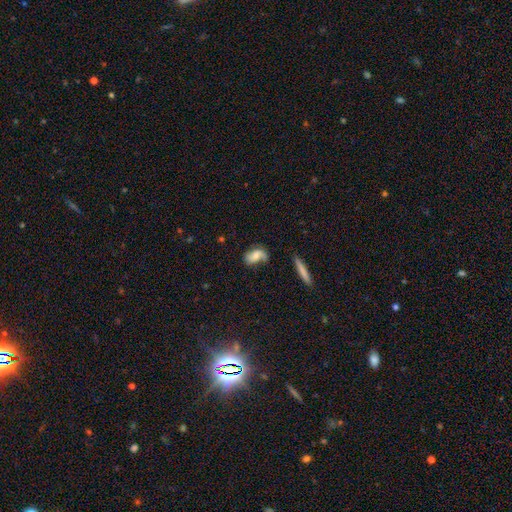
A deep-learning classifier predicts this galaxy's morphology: Q: Smooth or featured?
A: smooth (50%); runner-up: featured or disk (42%)
Q: Merging?
A: none (52%); runner-up: minor disturbance (29%)